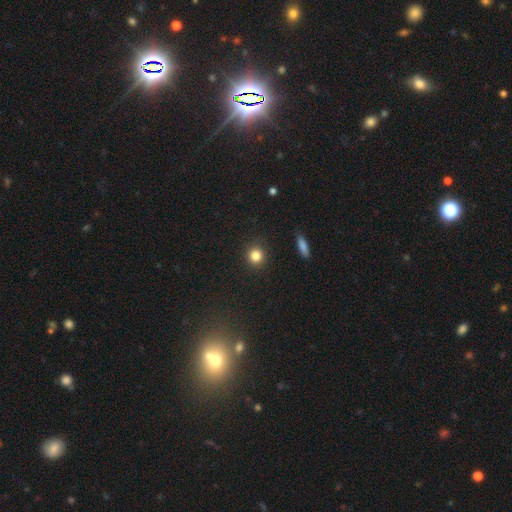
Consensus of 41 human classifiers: This appears to be a smooth galaxy with no disk features (88%) that is round (78%). Merging: none (89%).